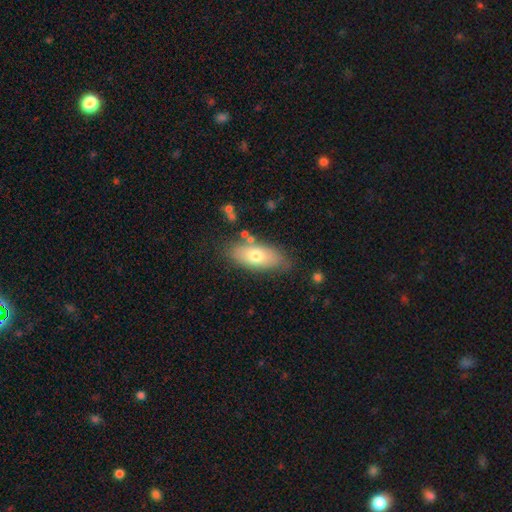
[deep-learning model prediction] A smooth galaxy with no disk features (69%) that is in between round and cigar-shaped (83%). Merging: none (74%).